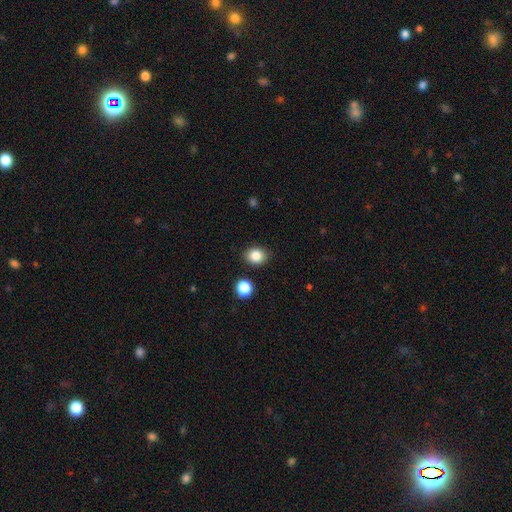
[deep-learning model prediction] smooth-or-featured: smooth: 85% | star or artifact: 10% | featured or disk: 5%
  how-rounded: round: 58% | in between: 41% | cigar-shaped: 1%
  merging: none: 87% | minor disturbance: 8% | merger: 3% | major disturbance: 2%